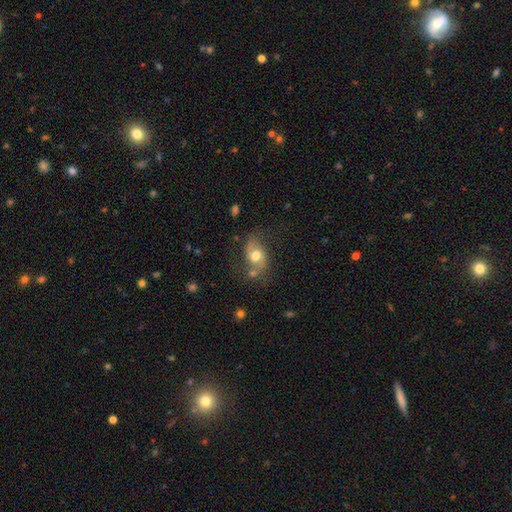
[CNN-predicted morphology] This is possibly a featured or disk galaxy (50%). Merging: possibly none (59%).